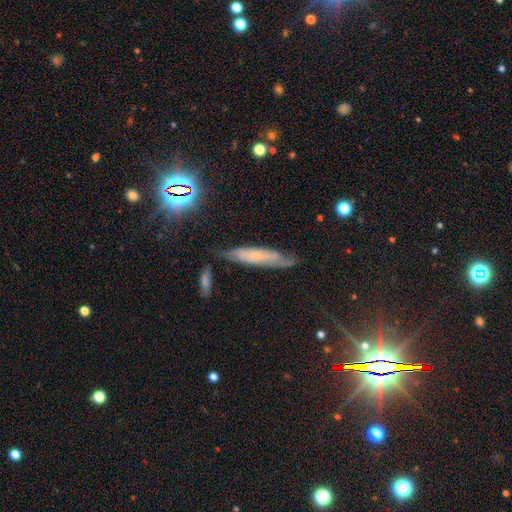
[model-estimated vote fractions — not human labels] featured or disk 50%, smooth 37%, star or artifact 13%. Down the decision tree: merging — none (65%).